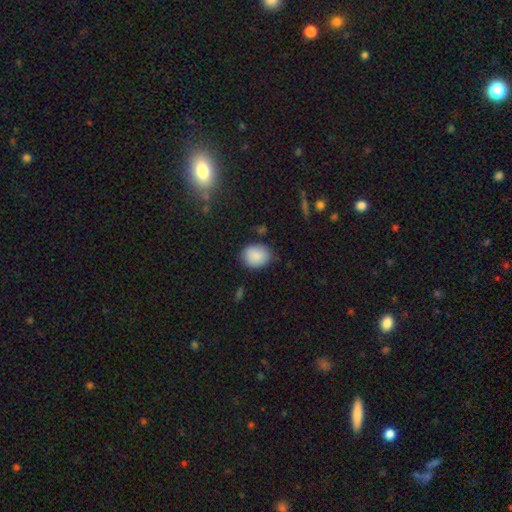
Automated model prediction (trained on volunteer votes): Q: Smooth or featured?
A: smooth (87%); runner-up: star or artifact (7%)
Q: How rounded?
A: round (56%); runner-up: in between (43%)
Q: Merging?
A: none (78%); runner-up: minor disturbance (16%)